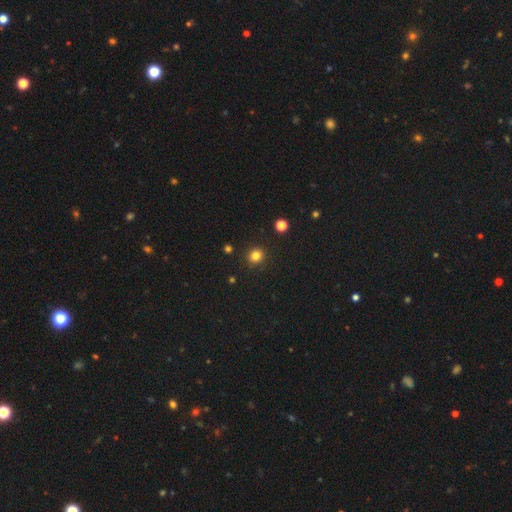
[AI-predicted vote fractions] This appears to be a smooth galaxy with no disk features (82%) that is round (89%). Merging: none (89%).